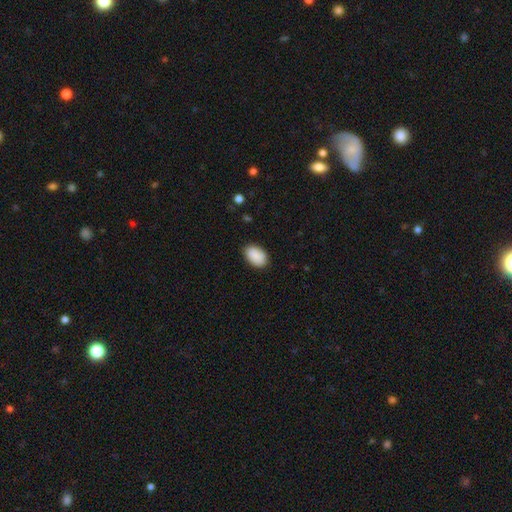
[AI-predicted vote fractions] Smooth or featured: smooth — 88% (star or artifact — 7%)
How rounded: in between — 89% (round — 10%)
Merging: none — 83% (minor disturbance — 13%)